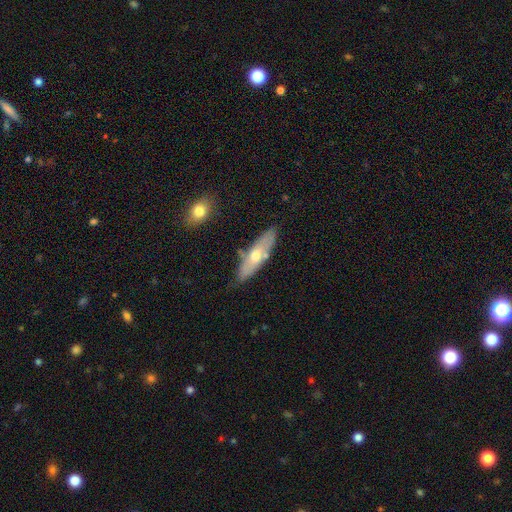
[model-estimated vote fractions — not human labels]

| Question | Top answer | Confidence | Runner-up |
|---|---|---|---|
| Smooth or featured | smooth | 47% | featured or disk (46%) |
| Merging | none | 74% | minor disturbance (17%) |